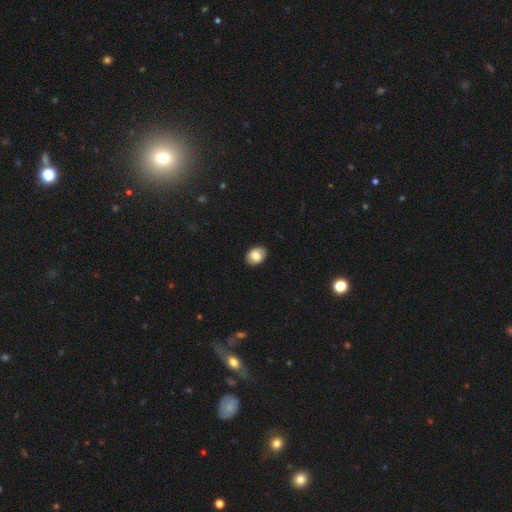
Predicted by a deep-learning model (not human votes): Smooth or featured: smooth — 80% (featured or disk — 13%)
How rounded: in between — 72% (round — 27%)
Merging: none — 88% (minor disturbance — 9%)